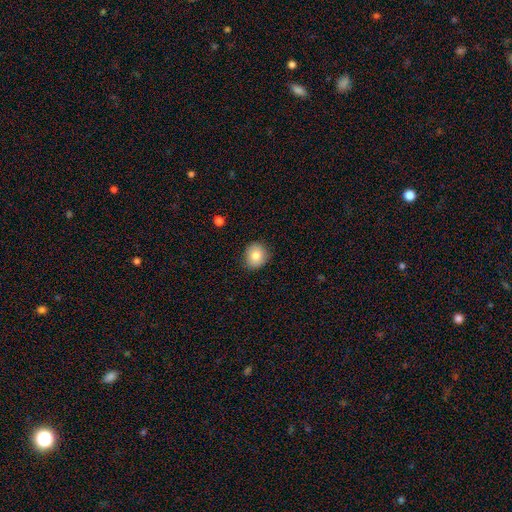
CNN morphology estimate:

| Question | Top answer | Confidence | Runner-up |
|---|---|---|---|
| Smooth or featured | smooth | 81% | featured or disk (10%) |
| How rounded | round | 80% | in between (19%) |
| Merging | none | 84% | minor disturbance (13%) |